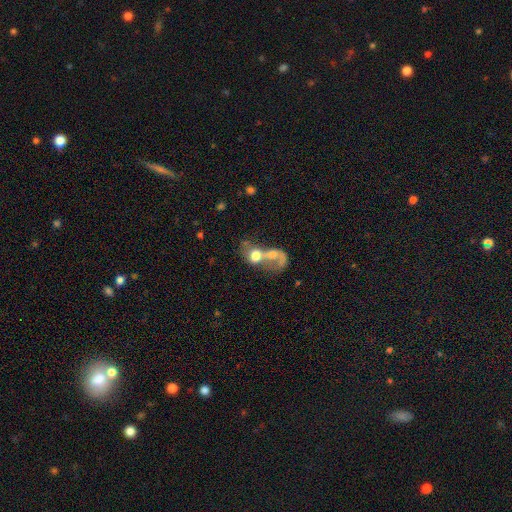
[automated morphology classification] smooth 53%, featured or disk 38%, star or artifact 10%. Down the decision tree: how rounded — in between (51%); merging — merger (80%).